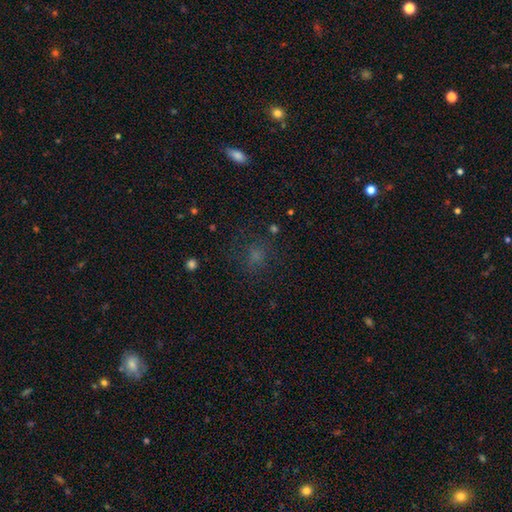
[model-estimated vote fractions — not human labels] Morphology: type=smooth (60%); roundness=round (75%); merging=none (69%).